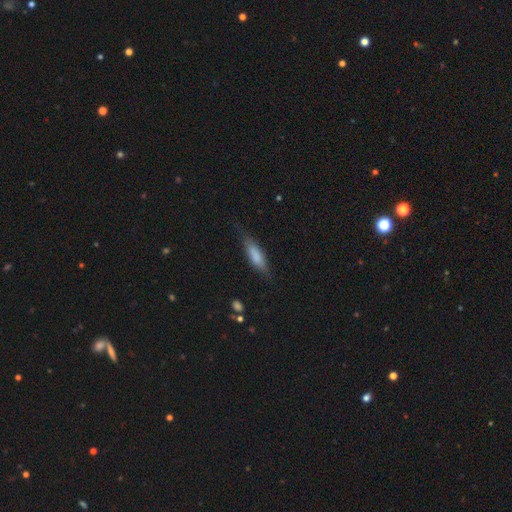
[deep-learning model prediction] Smooth or featured: smooth — 73% (featured or disk — 20%)
How rounded: cigar-shaped — 56% (in between — 42%)
Merging: none — 68% (minor disturbance — 24%)